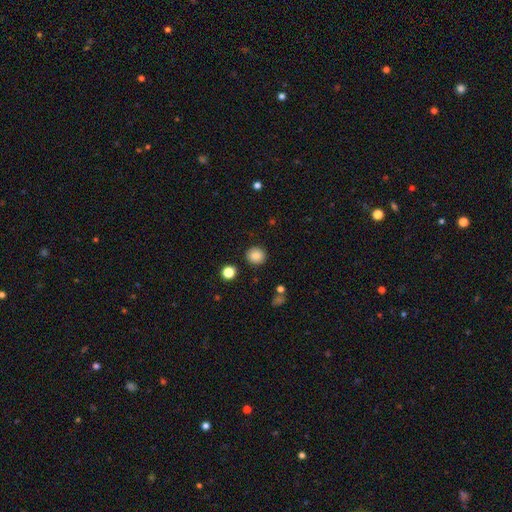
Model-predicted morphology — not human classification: A smooth galaxy with no disk features (86%) that is round (90%).

Vote fractions:
- Smooth or featured? smooth: 86% / star or artifact: 10% / featured or disk: 4%
- How rounded? round: 90% / in between: 9% / cigar-shaped: 1%
- Merging? none: 89% / minor disturbance: 6% / major disturbance: 2% / merger: 2%